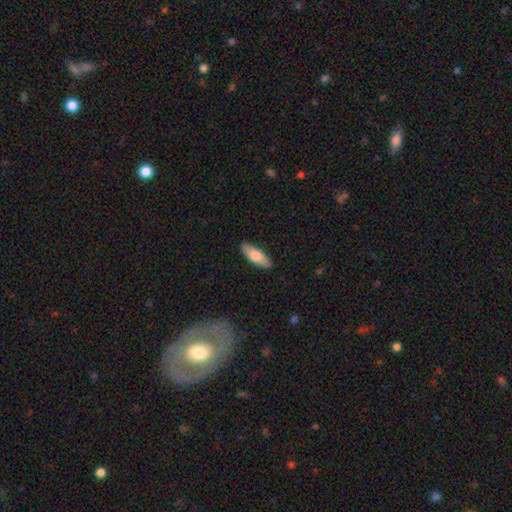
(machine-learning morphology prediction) Smooth or featured? Predicted: smooth (p=0.72). How rounded? Predicted: in between (p=0.66). Merging? Predicted: none (p=0.88).